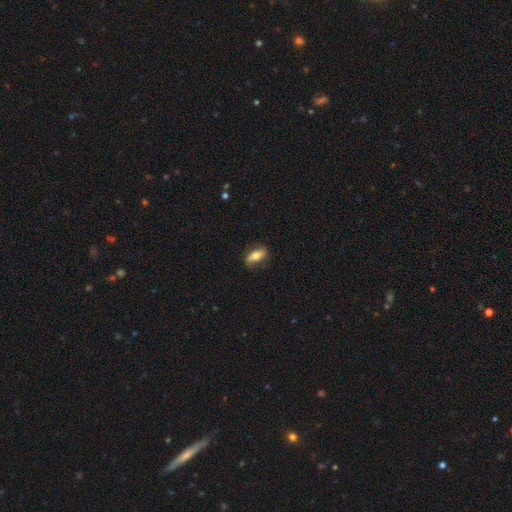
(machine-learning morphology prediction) This is possibly a smooth galaxy (58%). How rounded: clearly in between (80%). Merging: likely none (77%).